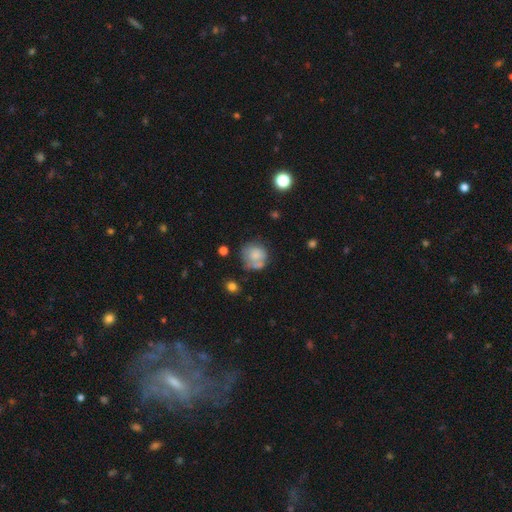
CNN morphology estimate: smooth_or_featured: smooth (p=0.67) [alt: featured or disk p=0.24]
how_rounded: round (p=0.81) [alt: in between p=0.18]
merging: none (p=0.51) [alt: minor disturbance p=0.25]